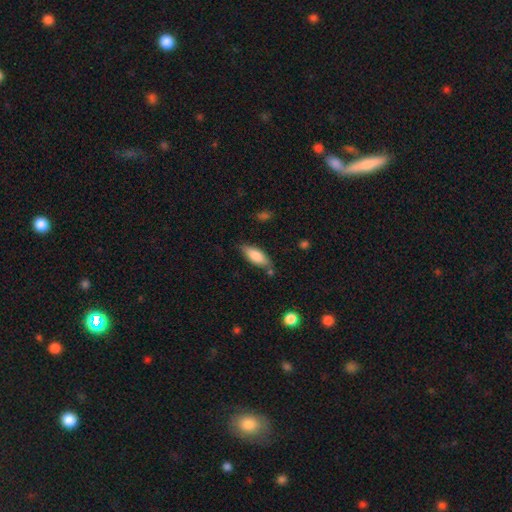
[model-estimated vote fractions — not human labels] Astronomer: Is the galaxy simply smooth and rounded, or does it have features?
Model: smooth — 78%.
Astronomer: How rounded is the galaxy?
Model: in between — 69%.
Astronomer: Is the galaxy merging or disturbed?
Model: none — 74%.